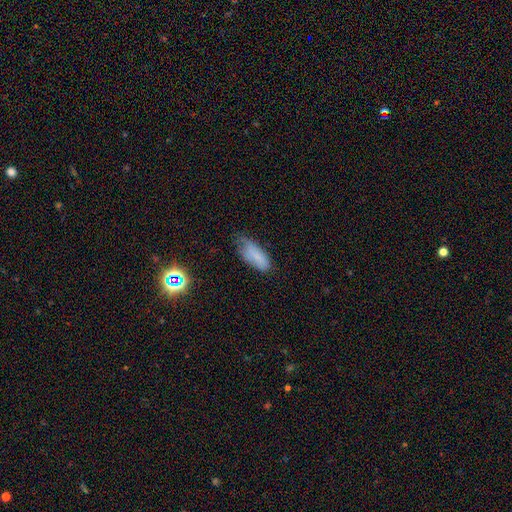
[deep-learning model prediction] The model was most divided on "merging": minor disturbance: 44%, none: 39%, major disturbance: 15%, merger: 2%. More confident: how rounded — in between (81%); smooth or featured — smooth (75%).